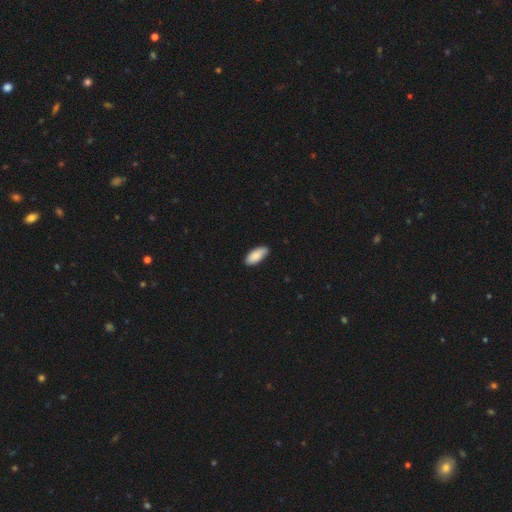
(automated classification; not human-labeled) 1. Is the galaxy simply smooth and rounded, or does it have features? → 88% smooth, 7% featured or disk, 6% star or artifact.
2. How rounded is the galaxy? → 87% in between, 11% cigar-shaped, 2% round.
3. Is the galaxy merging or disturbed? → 85% none, 12% minor disturbance, 2% major disturbance, 1% merger.